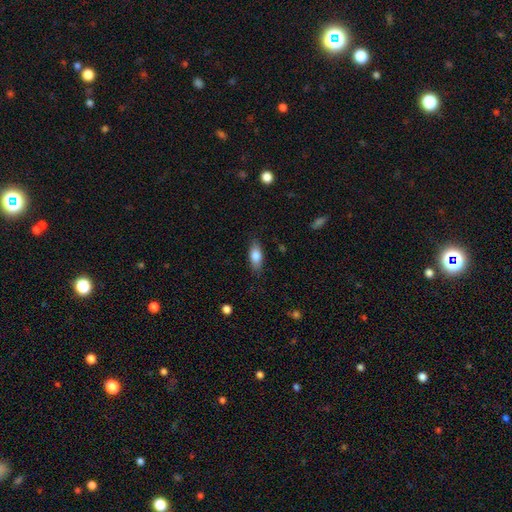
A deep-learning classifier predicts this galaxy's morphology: A smooth galaxy with no disk features (80%) that is in between round and cigar-shaped (80%). Merging: none (84%).